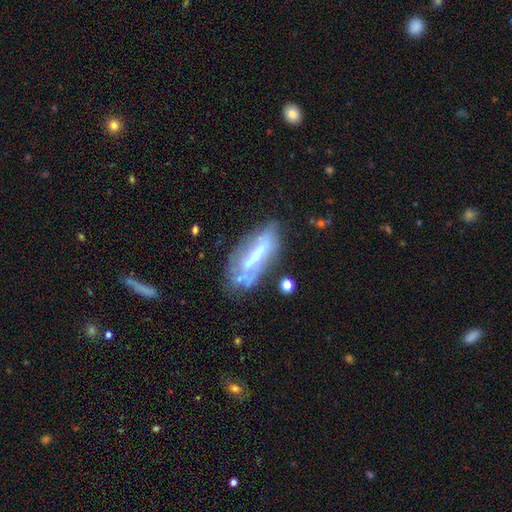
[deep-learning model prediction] smooth-or-featured: featured or disk: 58% | smooth: 33% | star or artifact: 9%
  disk-edge-on: no: 72% | yes: 28%
  merging: none: 52% | minor disturbance: 26% | major disturbance: 15% | merger: 8%